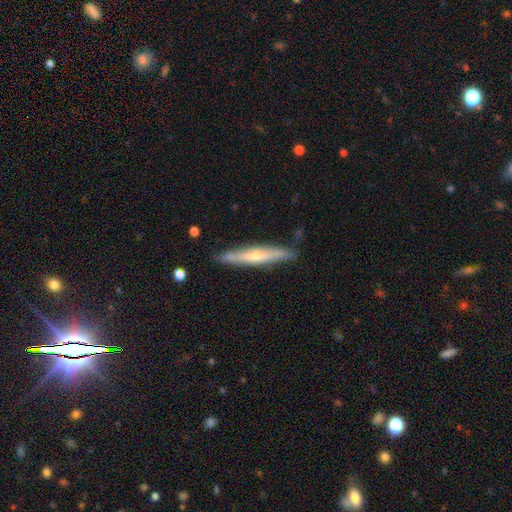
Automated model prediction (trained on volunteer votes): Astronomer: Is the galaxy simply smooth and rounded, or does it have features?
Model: featured or disk — 57% (runner-up: smooth, 38%).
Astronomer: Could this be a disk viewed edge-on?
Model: yes — 94%.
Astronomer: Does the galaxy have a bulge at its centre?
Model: rounded — 70%.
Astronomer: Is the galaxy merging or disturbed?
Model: none — 87%.